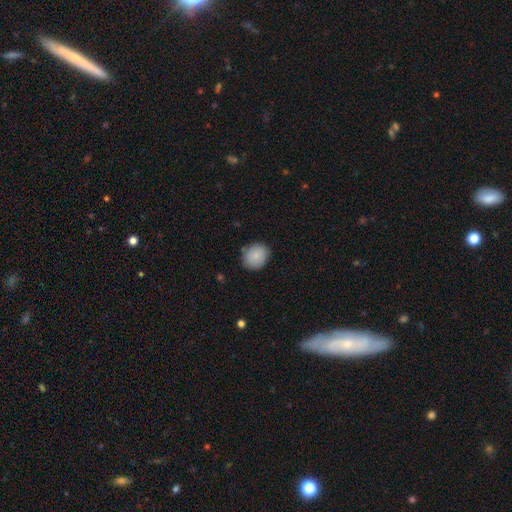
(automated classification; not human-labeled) A smooth galaxy with no disk features (84%) that is round (62%).

Vote fractions:
- Smooth or featured? smooth: 84% / featured or disk: 8% / star or artifact: 8%
- How rounded? round: 62% / in between: 37% / cigar-shaped: 1%
- Merging? none: 81% / minor disturbance: 14% / major disturbance: 3% / merger: 2%